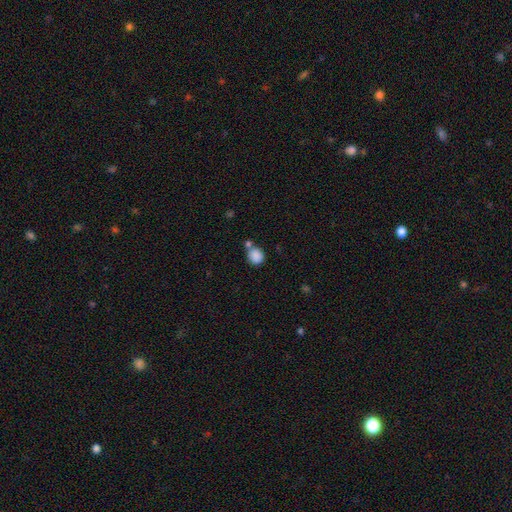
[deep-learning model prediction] Overall: smooth (87%). How rounded: round (80%). Merging: none (58%; merger 25%).